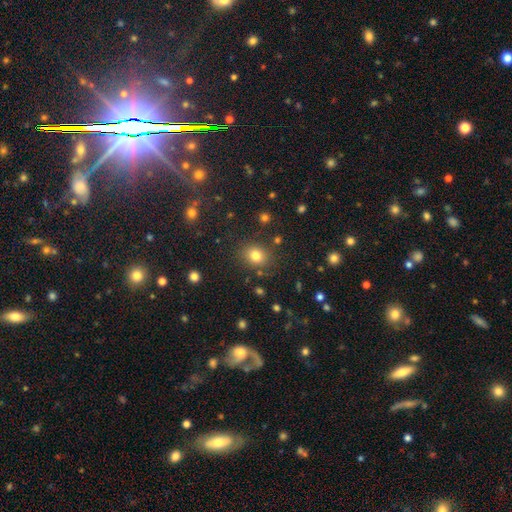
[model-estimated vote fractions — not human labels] smooth_or_featured: smooth (p=0.79) [alt: star or artifact p=0.14]
how_rounded: round (p=0.62) [alt: in between p=0.37]
merging: none (p=0.82) [alt: minor disturbance p=0.10]